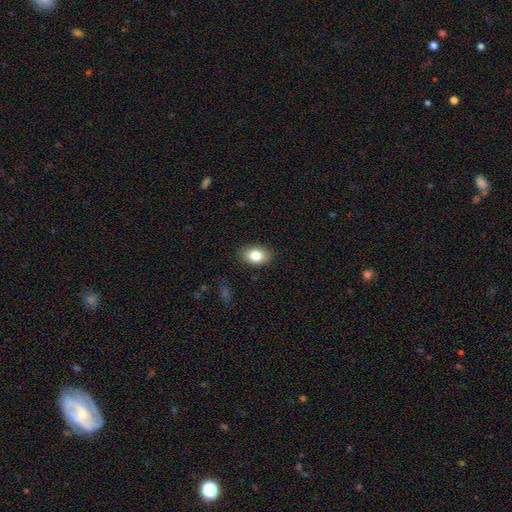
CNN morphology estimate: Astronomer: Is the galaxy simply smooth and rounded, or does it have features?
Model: smooth — 82%.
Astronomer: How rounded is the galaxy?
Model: in between — 83%.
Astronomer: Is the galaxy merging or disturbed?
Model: none — 88%.